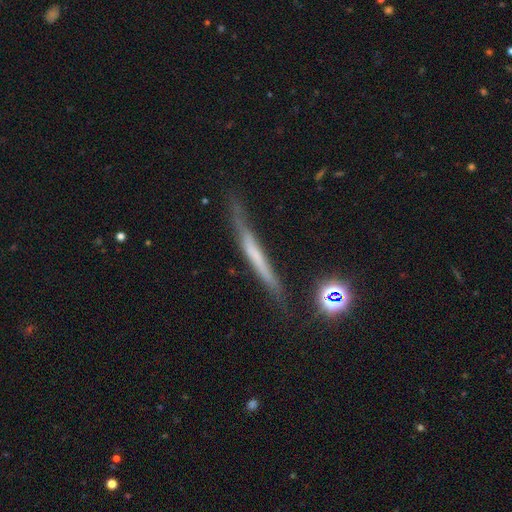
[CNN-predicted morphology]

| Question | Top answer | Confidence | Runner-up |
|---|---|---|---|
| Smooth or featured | featured or disk | 50% | smooth (39%) |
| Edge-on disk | yes | 92% | no (8%) |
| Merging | none | 71% | minor disturbance (20%) |